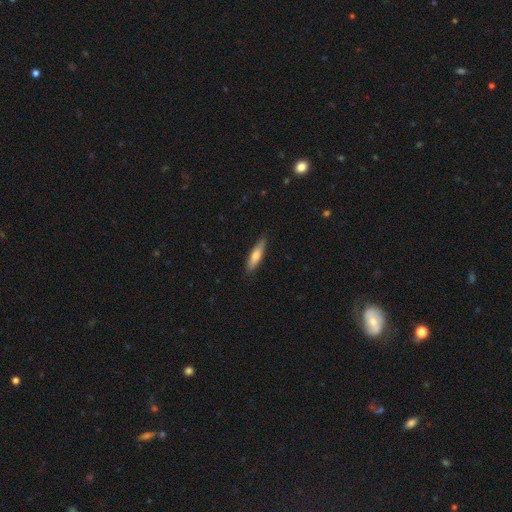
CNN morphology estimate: Q: Smooth or featured?
A: smooth (66%); runner-up: featured or disk (28%)
Q: How rounded?
A: cigar-shaped (72%); runner-up: in between (27%)
Q: Merging?
A: none (86%); runner-up: minor disturbance (11%)